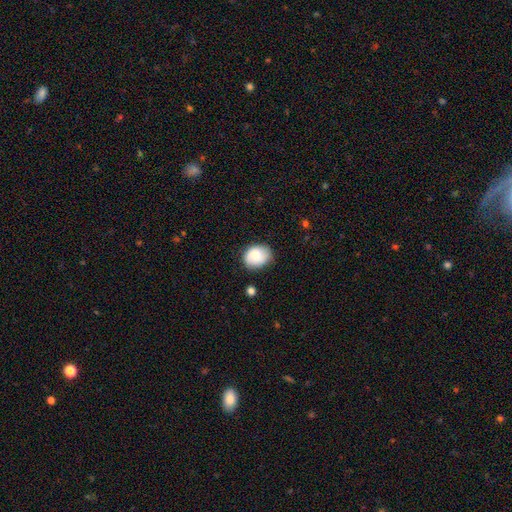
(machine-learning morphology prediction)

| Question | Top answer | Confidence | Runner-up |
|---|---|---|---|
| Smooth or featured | smooth | 71% | featured or disk (21%) |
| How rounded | in between | 51% | round (48%) |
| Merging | none | 76% | minor disturbance (18%) |